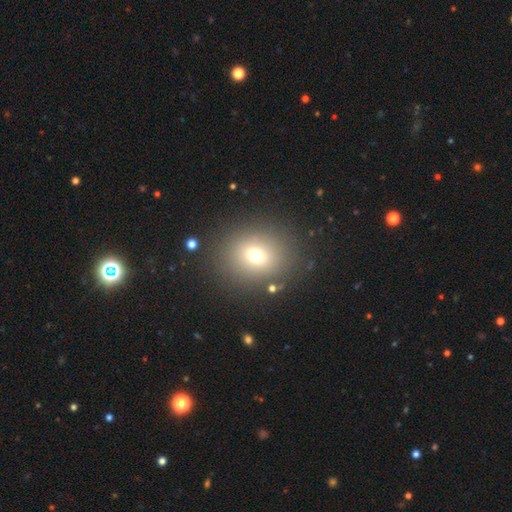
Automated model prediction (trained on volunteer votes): Smooth or featured: smooth — 70% (star or artifact — 18%)
How rounded: round — 70% (in between — 29%)
Merging: none — 85% (minor disturbance — 8%)